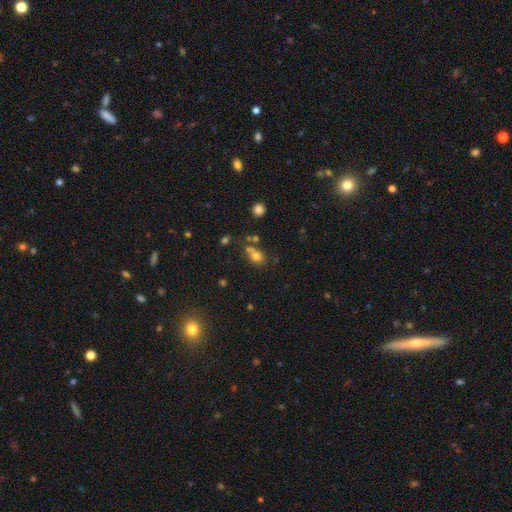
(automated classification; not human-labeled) Overall: smooth (74%). How rounded: round (62%; in between 37%). Merging: none (48%; merger 29%).